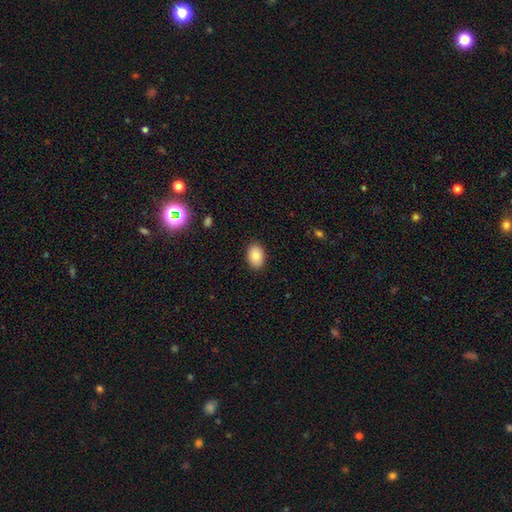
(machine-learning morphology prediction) Smooth or featured: smooth — 84% (featured or disk — 8%)
How rounded: in between — 84% (round — 15%)
Merging: none — 89% (minor disturbance — 8%)